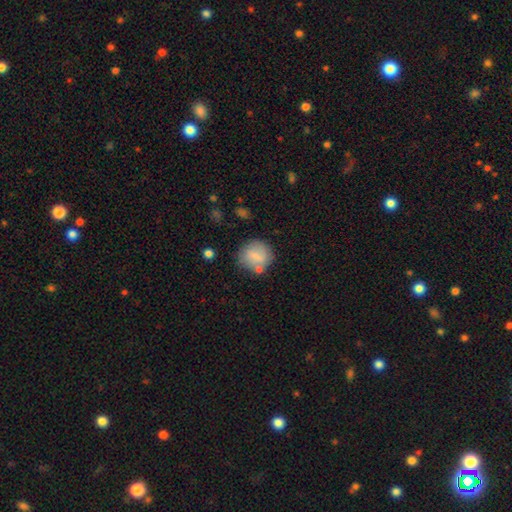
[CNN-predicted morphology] smooth-or-featured: smooth: 77% | featured or disk: 16% | star or artifact: 7%
  how-rounded: round: 84% | in between: 15% | cigar-shaped: 1%
  merging: none: 70% | minor disturbance: 16% | merger: 9% | major disturbance: 5%